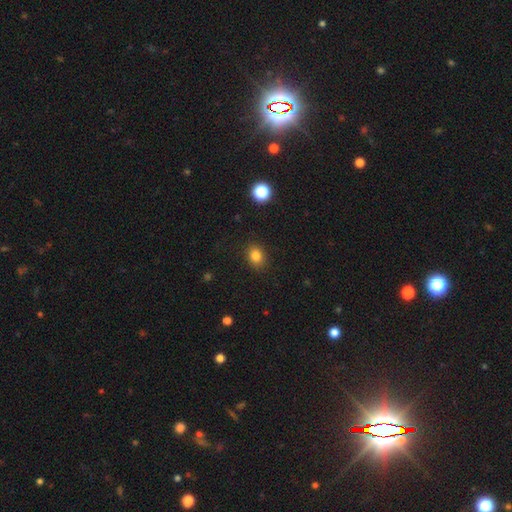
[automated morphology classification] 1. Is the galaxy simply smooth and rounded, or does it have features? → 82% smooth, 12% star or artifact, 6% featured or disk.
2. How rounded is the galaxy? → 51% in between, 49% round, 1% cigar-shaped.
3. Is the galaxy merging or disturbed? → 88% none, 8% minor disturbance, 2% major disturbance, 1% merger.